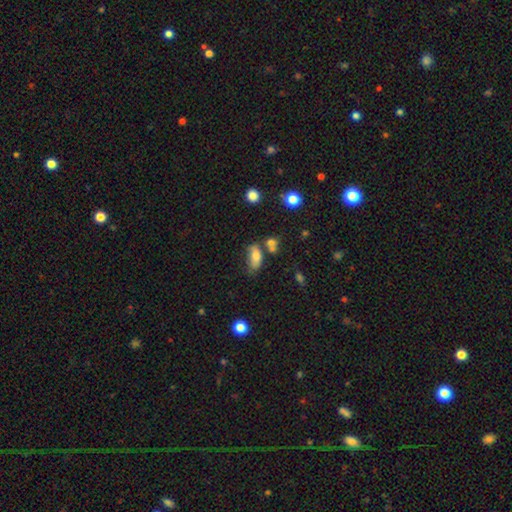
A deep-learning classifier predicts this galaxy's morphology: Q: Smooth or featured?
A: smooth (74%); runner-up: featured or disk (15%)
Q: How rounded?
A: in between (85%); runner-up: cigar-shaped (10%)
Q: Merging?
A: none (39%); runner-up: minor disturbance (27%)